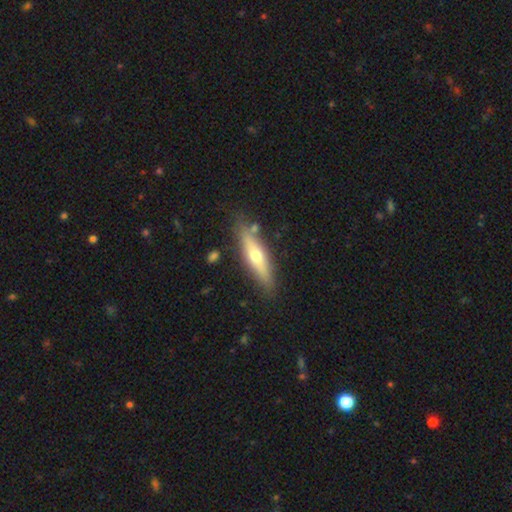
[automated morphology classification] Smooth or featured? featured or disk (48%)
Merging? none (83%)